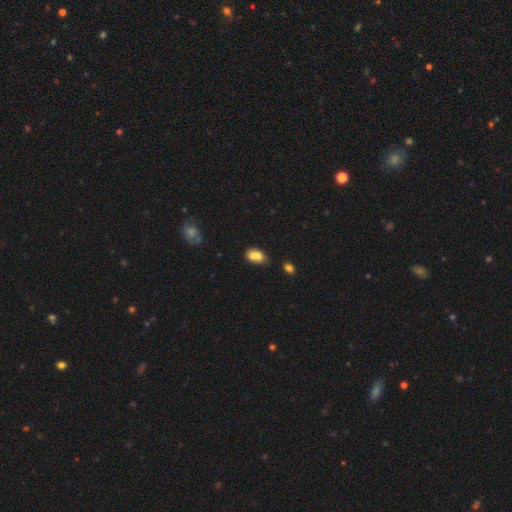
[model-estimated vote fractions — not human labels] A smooth galaxy with no disk features (72%) that is in between round and cigar-shaped (73%).

Vote fractions:
- Smooth or featured? smooth: 72% / featured or disk: 18% / star or artifact: 10%
- How rounded? in between: 73% / round: 25% / cigar-shaped: 2%
- Merging? merger: 52% / none: 30% / minor disturbance: 13% / major disturbance: 5%